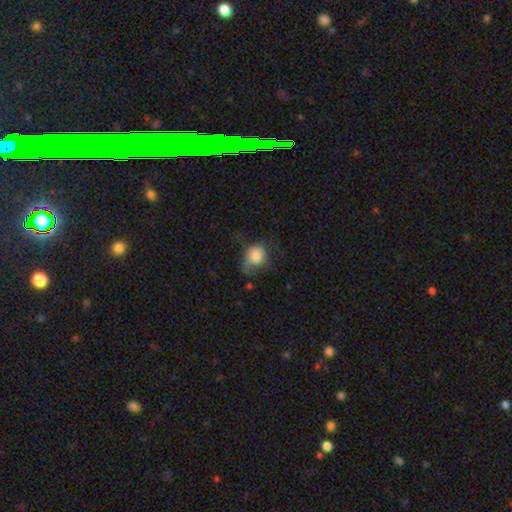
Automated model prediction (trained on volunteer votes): This is likely a smooth galaxy (77%). How rounded: possibly round (56%). Merging: marginally none (34%).